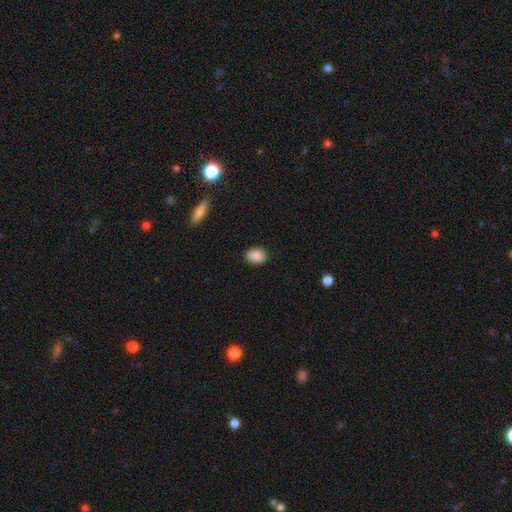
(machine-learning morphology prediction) Smooth or featured: smooth — 88% (star or artifact — 8%)
How rounded: in between — 72% (round — 26%)
Merging: none — 85% (minor disturbance — 11%)